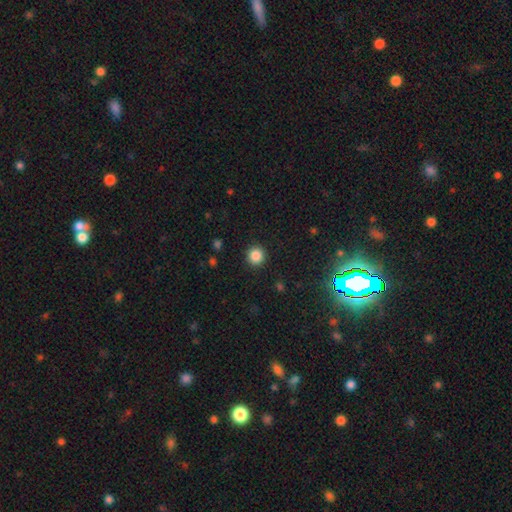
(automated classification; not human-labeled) This is clearly a smooth galaxy (86%). How rounded: clearly round (94%). Merging: clearly none (92%).